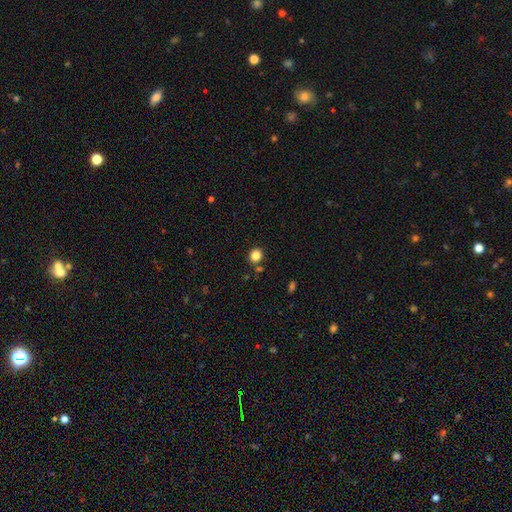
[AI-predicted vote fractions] The model was most divided on "how rounded": round: 82%, in between: 17%, cigar-shaped: 1%. More confident: smooth or featured — smooth (84%); merging — none (84%).